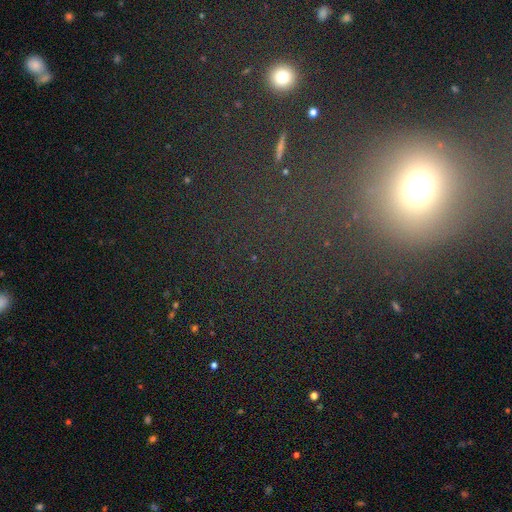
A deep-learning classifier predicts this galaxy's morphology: Overall: star or artifact (50%; smooth 39%).